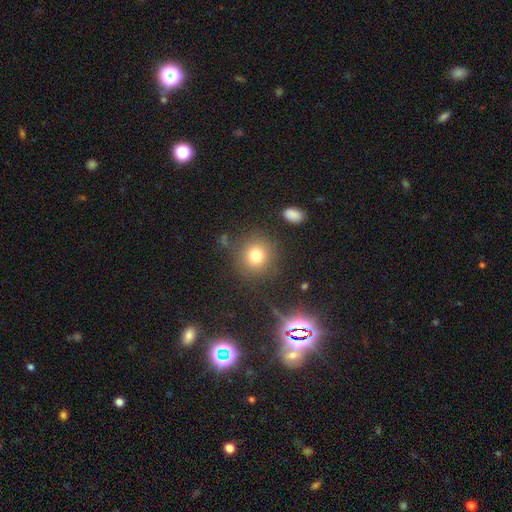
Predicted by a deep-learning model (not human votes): Smooth or featured? smooth (76%)
How rounded? round (91%)
Merging? none (85%)